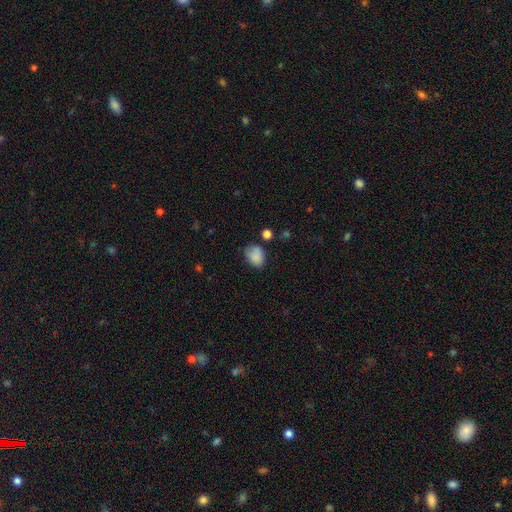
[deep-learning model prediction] Q: Smooth or featured?
A: smooth (84%); runner-up: star or artifact (9%)
Q: How rounded?
A: in between (59%); runner-up: round (40%)
Q: Merging?
A: none (63%); runner-up: minor disturbance (25%)